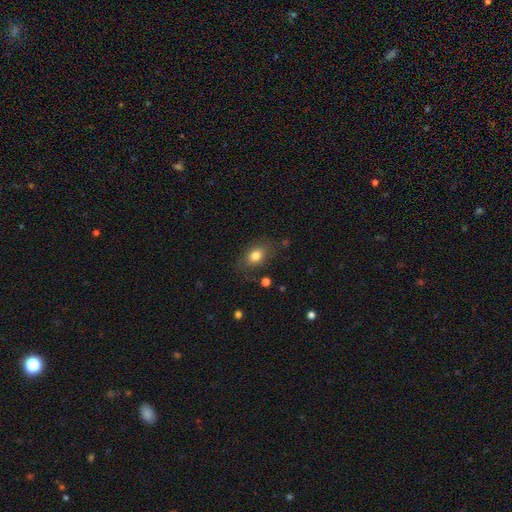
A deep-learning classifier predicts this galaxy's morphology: This appears to be a smooth galaxy with no disk features (79%) that is in between round and cigar-shaped (74%). Merging: none (76%).